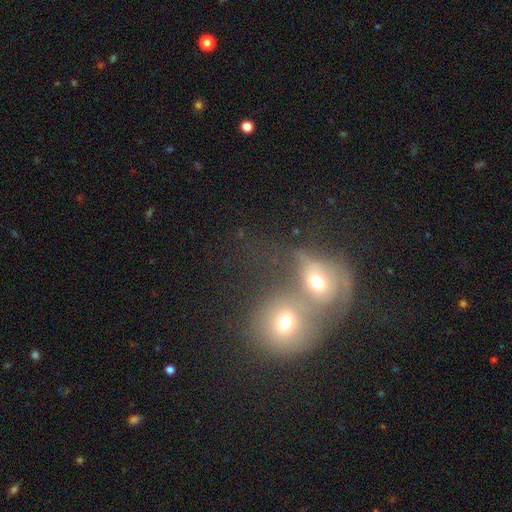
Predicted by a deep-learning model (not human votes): smooth_or_featured: smooth (p=0.47) [alt: featured or disk p=0.35]
merging: merger (p=0.80) [alt: none p=0.11]